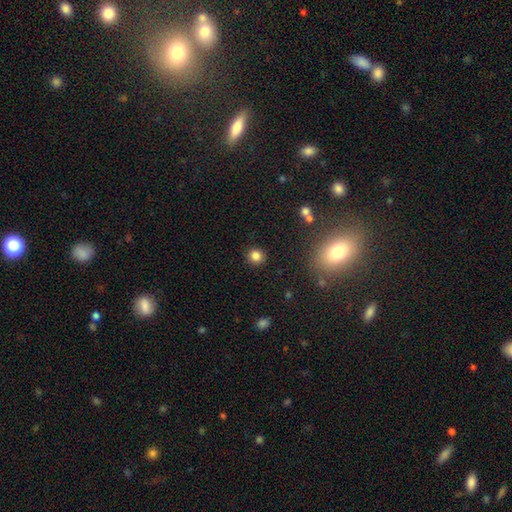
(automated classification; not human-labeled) Smooth or featured? Predicted: smooth (p=0.82). How rounded? Predicted: round (p=0.90). Merging? Predicted: none (p=0.90).